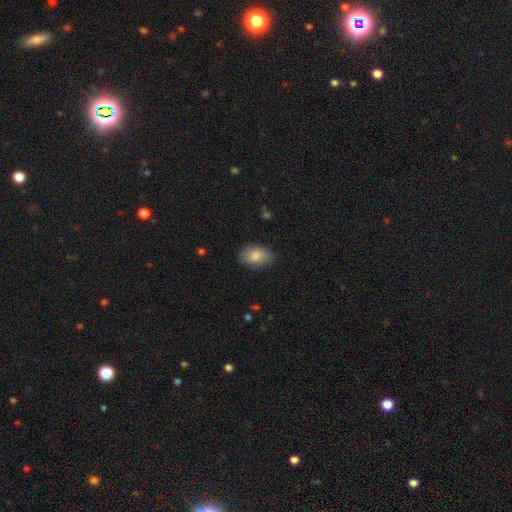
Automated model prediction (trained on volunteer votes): Smooth or featured?
  - smooth: 85% *
  - featured or disk: 8%
  - star or artifact: 7%
How rounded?
  - in between: 89% *
  - round: 10%
  - cigar-shaped: 1%
Merging?
  - none: 82% *
  - minor disturbance: 14%
  - major disturbance: 3%
  - merger: 1%